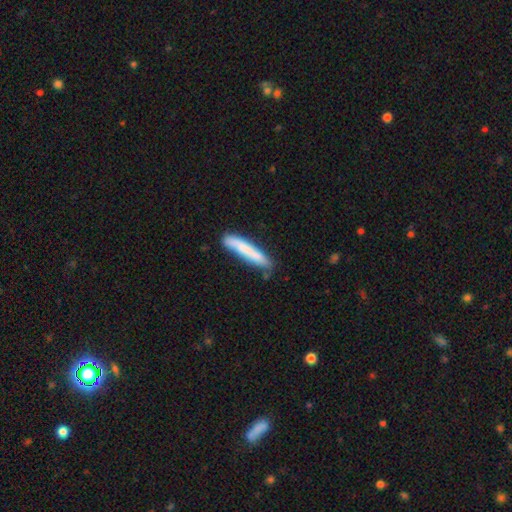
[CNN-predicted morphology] Q: Smooth or featured?
A: smooth (74%); runner-up: featured or disk (21%)
Q: How rounded?
A: cigar-shaped (90%); runner-up: in between (9%)
Q: Merging?
A: none (69%); runner-up: minor disturbance (21%)